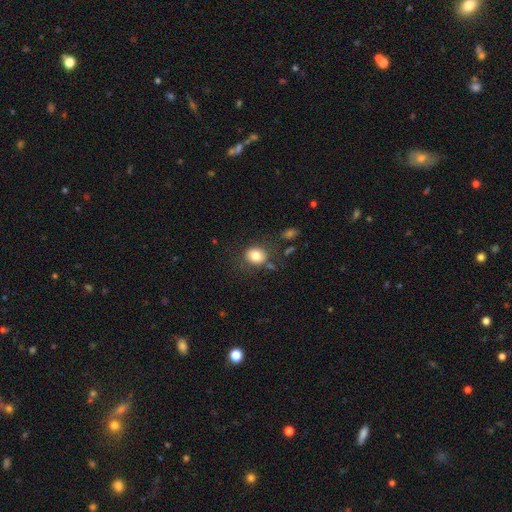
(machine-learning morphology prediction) Smooth or featured? Predicted: smooth (p=0.80). How rounded? Predicted: round (p=0.66). Merging? Predicted: none (p=0.76).